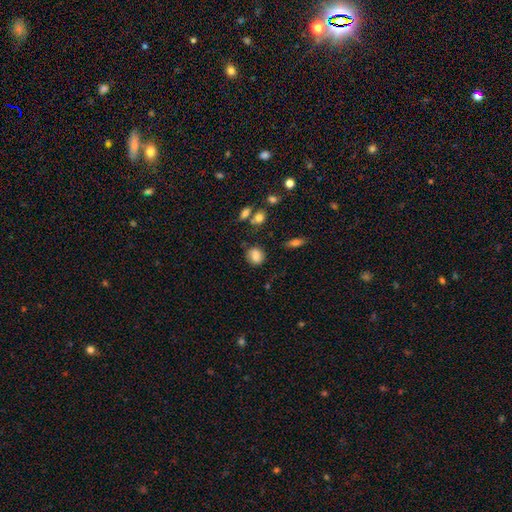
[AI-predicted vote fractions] Smooth or featured? smooth (83%)
How rounded? round (70%)
Merging? none (78%)